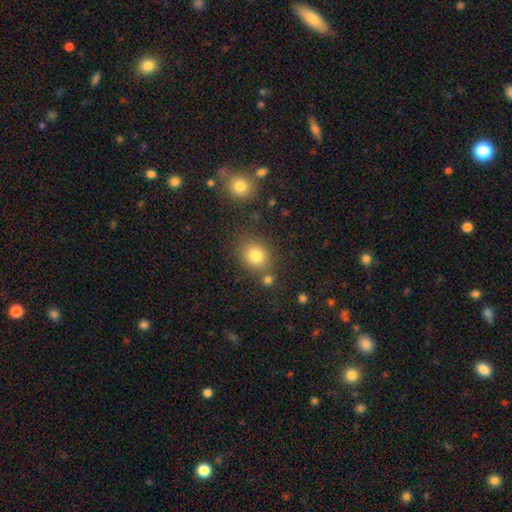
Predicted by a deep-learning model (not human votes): A smooth galaxy with no disk features (80%) that is round (73%). Merging: none (73%).